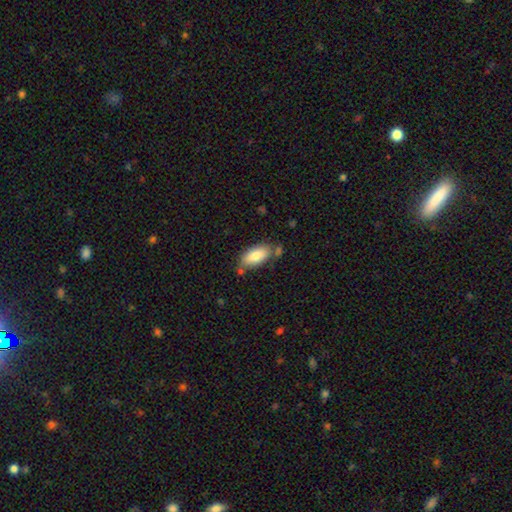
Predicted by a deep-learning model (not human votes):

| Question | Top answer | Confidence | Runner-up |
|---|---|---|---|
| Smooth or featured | smooth | 81% | featured or disk (13%) |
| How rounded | in between | 90% | cigar-shaped (8%) |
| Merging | none | 69% | minor disturbance (18%) |